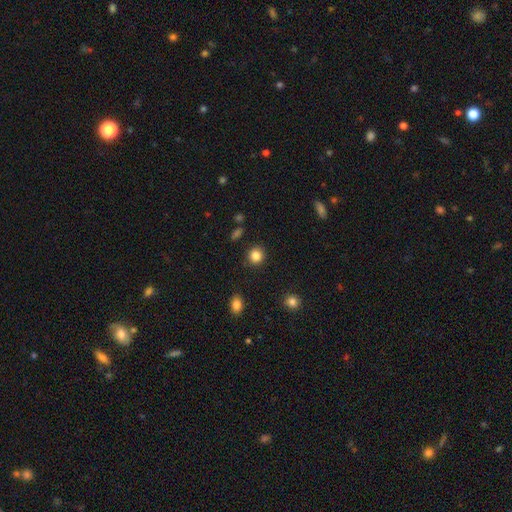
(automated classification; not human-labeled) Morphology: type=smooth (85%); roundness=round (88%); merging=none (90%).